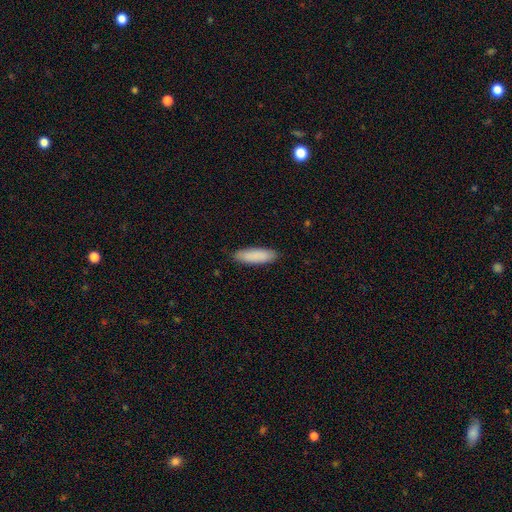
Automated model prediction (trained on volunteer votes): The model was most divided on "how rounded": cigar-shaped: 51%, in between: 47%, round: 1%. More confident: smooth or featured — smooth (89%); merging — none (87%).